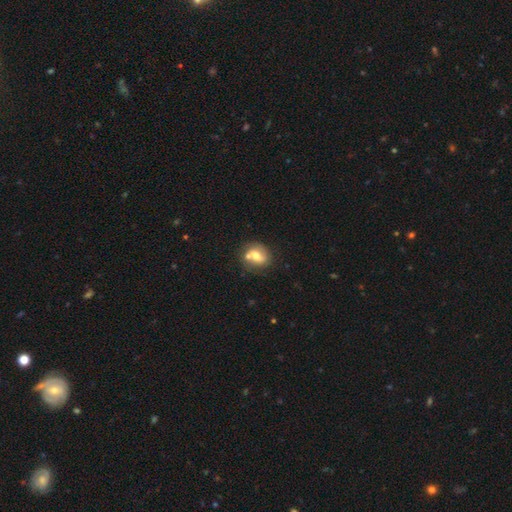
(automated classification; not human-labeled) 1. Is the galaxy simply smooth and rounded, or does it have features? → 54% smooth, 38% featured or disk, 9% star or artifact.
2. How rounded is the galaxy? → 51% round, 48% in between, 2% cigar-shaped.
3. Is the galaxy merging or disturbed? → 51% none, 27% merger, 16% minor disturbance, 5% major disturbance.